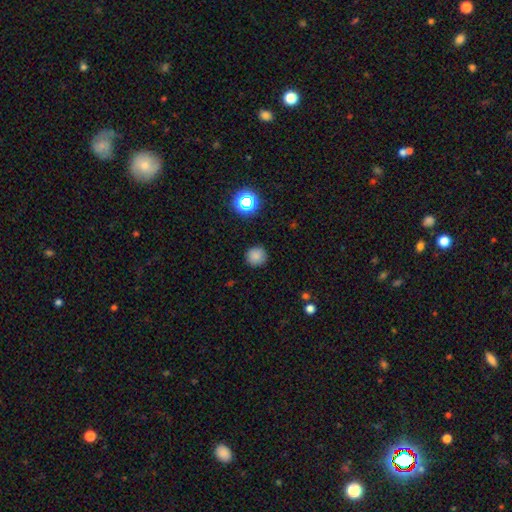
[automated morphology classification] Overall: smooth (81%). How rounded: round (94%). Merging: none (88%).